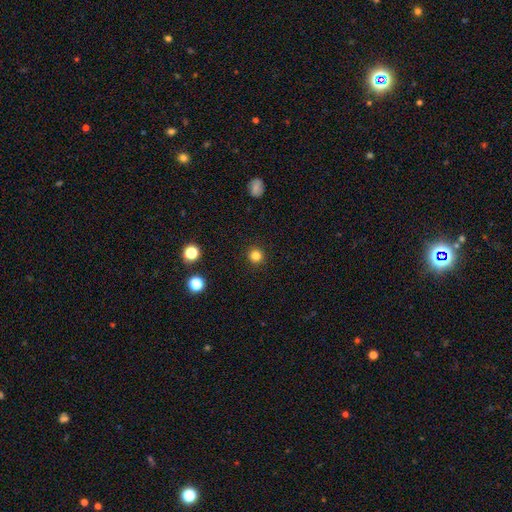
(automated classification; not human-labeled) This is clearly a smooth galaxy (82%). How rounded: clearly round (95%). Merging: clearly none (92%).